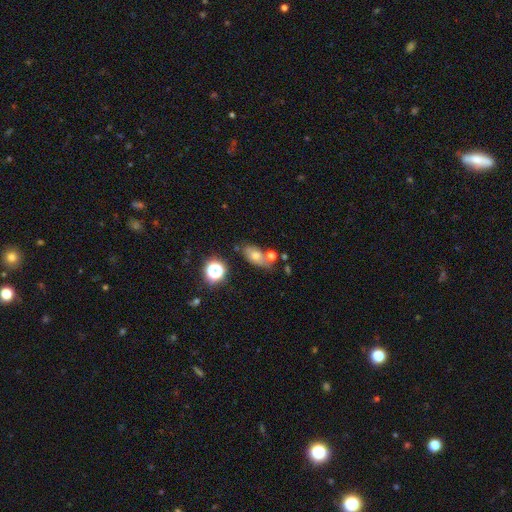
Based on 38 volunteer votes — smooth 79%, featured or disk 16%, star or artifact 5%. Down the decision tree: how rounded — in between (90%); merging — minor disturbance (42%).